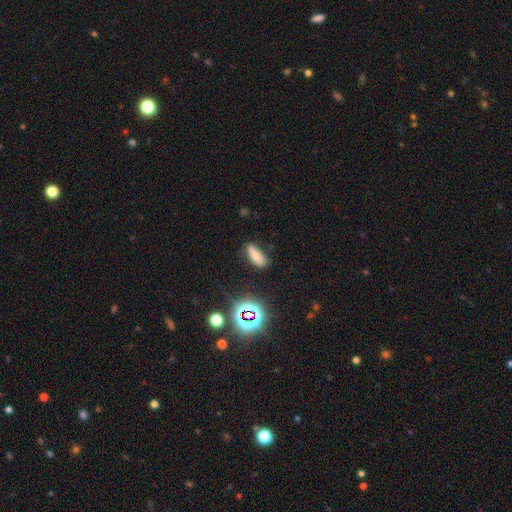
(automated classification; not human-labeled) Overall: smooth (71%). How rounded: in between (70%). Merging: none (77%).